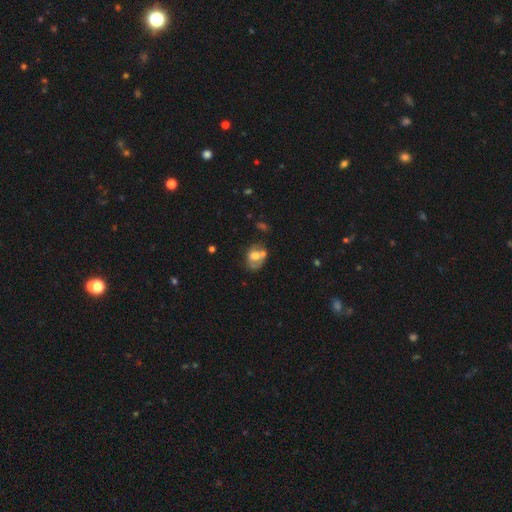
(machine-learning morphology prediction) A smooth galaxy with no disk features (53%) that is in between round and cigar-shaped (56%).

Vote fractions:
- Smooth or featured? smooth: 53% / featured or disk: 37% / star or artifact: 10%
- How rounded? in between: 56% / round: 43% / cigar-shaped: 1%
- Merging? none: 34% / merger: 32% / minor disturbance: 21% / major disturbance: 14%